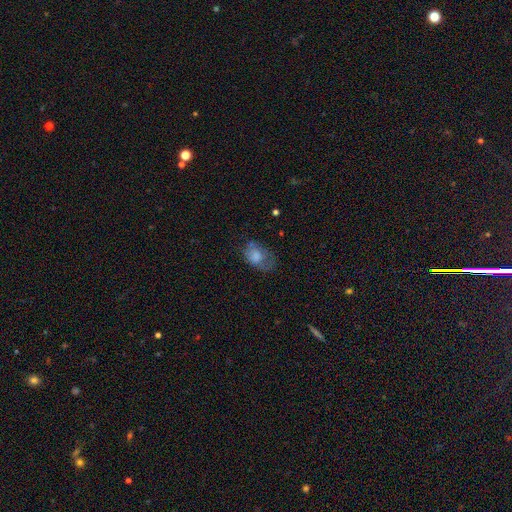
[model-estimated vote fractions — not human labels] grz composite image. It shows a smooth galaxy with no disk features (66%) that is in between round and cigar-shaped (80%). Merging: none (38%).